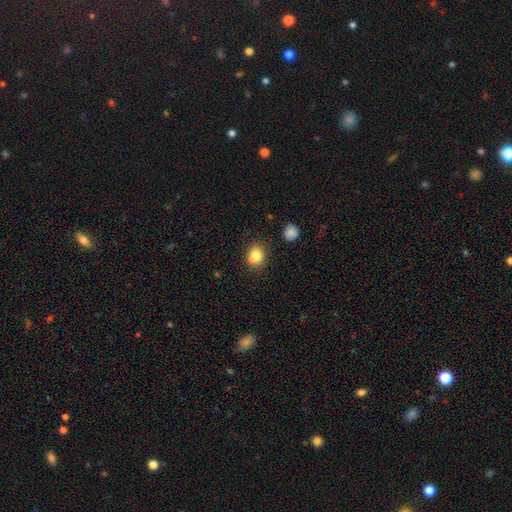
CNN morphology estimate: This is likely a smooth galaxy (79%). How rounded: likely round (65%). Merging: likely none (63%).